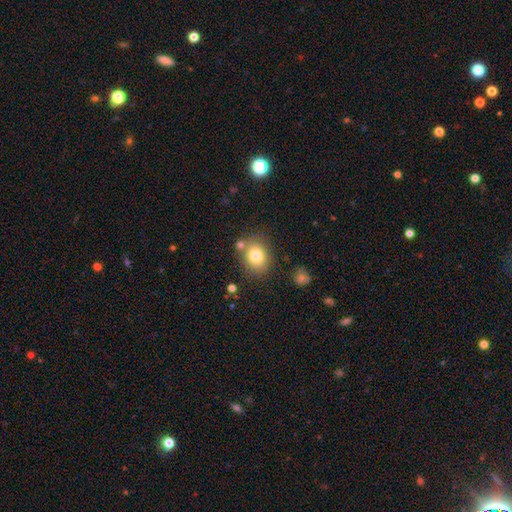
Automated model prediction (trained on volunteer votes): smooth_or_featured: smooth (p=0.78) [alt: star or artifact p=0.11]
how_rounded: round (p=0.59) [alt: in between p=0.40]
merging: none (p=0.75) [alt: minor disturbance p=0.12]